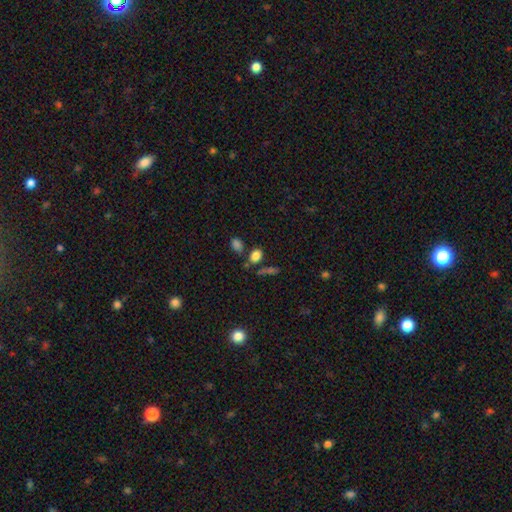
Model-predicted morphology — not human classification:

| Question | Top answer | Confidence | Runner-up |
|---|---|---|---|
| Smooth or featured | smooth | 81% | star or artifact (13%) |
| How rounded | in between | 74% | round (23%) |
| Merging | none | 70% | merger (13%) |